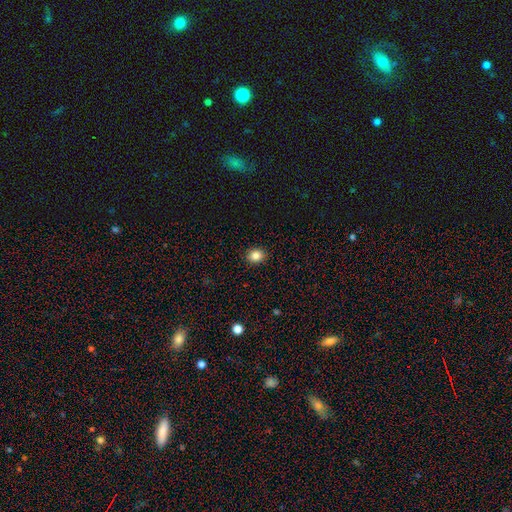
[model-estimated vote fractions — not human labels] Q: Smooth or featured?
A: smooth (85%); runner-up: star or artifact (11%)
Q: How rounded?
A: round (64%); runner-up: in between (35%)
Q: Merging?
A: none (91%); runner-up: minor disturbance (6%)